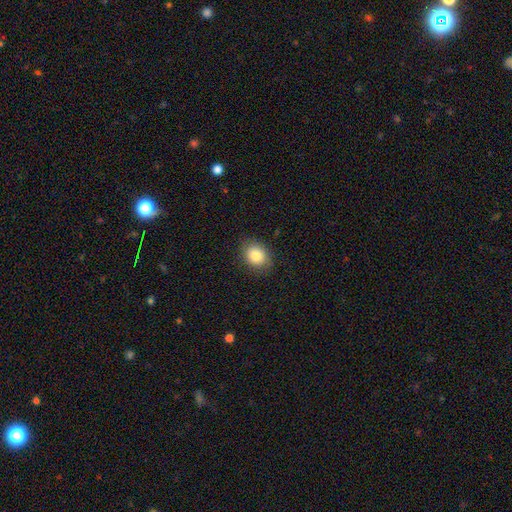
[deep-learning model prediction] Smooth or featured?
  - smooth: 84% *
  - star or artifact: 9%
  - featured or disk: 7%
How rounded?
  - in between: 52% *
  - round: 47%
  - cigar-shaped: 1%
Merging?
  - none: 85% *
  - minor disturbance: 12%
  - major disturbance: 3%
  - merger: 1%